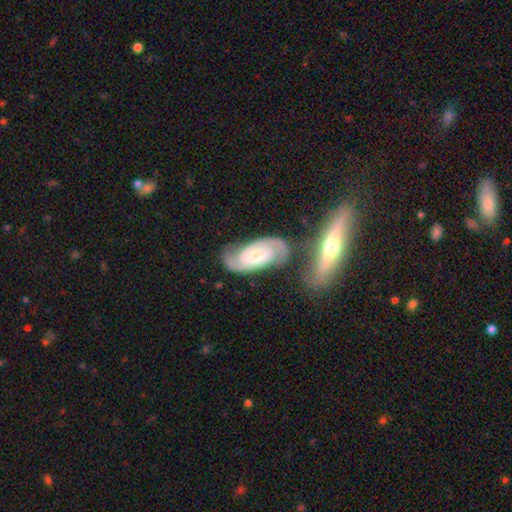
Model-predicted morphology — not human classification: Q: Smooth or featured?
A: featured or disk (85%); runner-up: smooth (10%)
Q: Edge-on disk?
A: no (96%); runner-up: yes (4%)
Q: Bar?
A: no (50%); runner-up: weak (36%)
Q: Spiral arms?
A: yes (97%); runner-up: no (3%)
Q: Spiral winding?
A: tight (54%); runner-up: medium (38%)
Q: Spiral arm count?
A: 2 (87%); runner-up: can't tell (6%)
Q: Bulge size?
A: small (52%); runner-up: moderate (39%)
Q: Merging?
A: none (66%); runner-up: minor disturbance (16%)